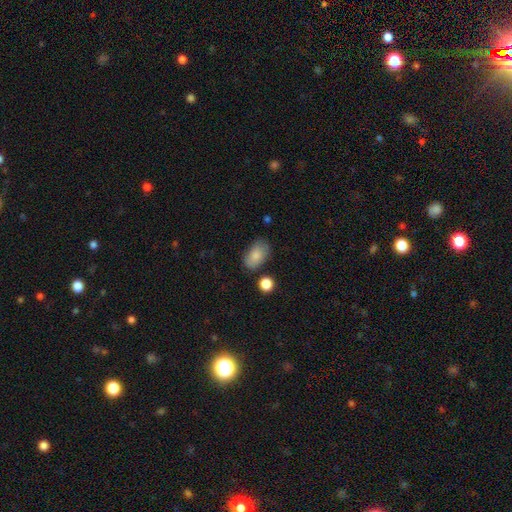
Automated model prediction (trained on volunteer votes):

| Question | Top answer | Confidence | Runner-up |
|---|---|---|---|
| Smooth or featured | smooth | 83% | featured or disk (10%) |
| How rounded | in between | 91% | round (7%) |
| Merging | none | 69% | minor disturbance (21%) |